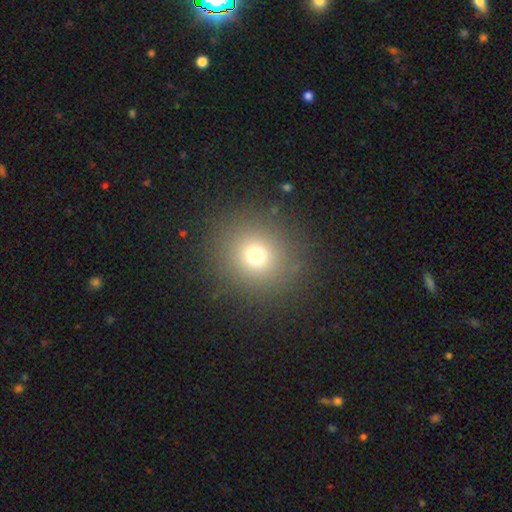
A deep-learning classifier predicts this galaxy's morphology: Overall: smooth (70%). How rounded: round (90%). Merging: none (88%).